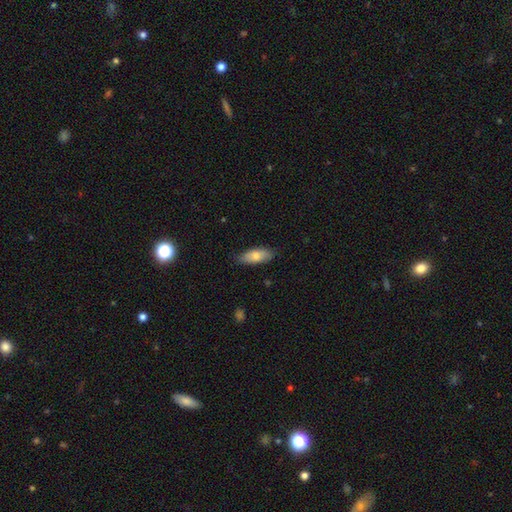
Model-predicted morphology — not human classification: Smooth or featured?
  - smooth: 75% *
  - featured or disk: 18%
  - star or artifact: 6%
How rounded?
  - in between: 79% *
  - cigar-shaped: 19%
  - round: 2%
Merging?
  - none: 82% *
  - minor disturbance: 15%
  - major disturbance: 2%
  - merger: 1%